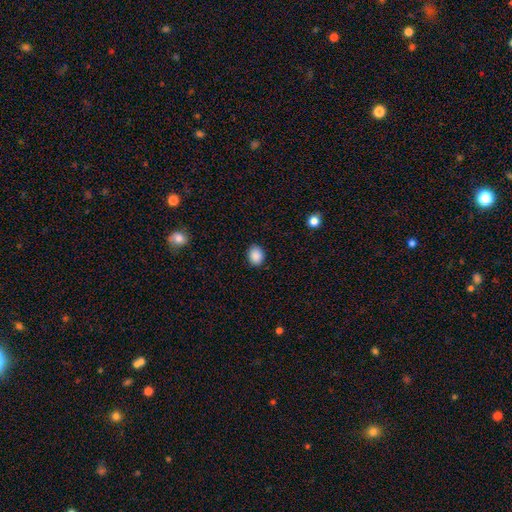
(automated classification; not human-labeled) The model was most divided on "how rounded": round: 52%, in between: 47%, cigar-shaped: 1%. More confident: smooth or featured — smooth (88%); merging — none (86%).